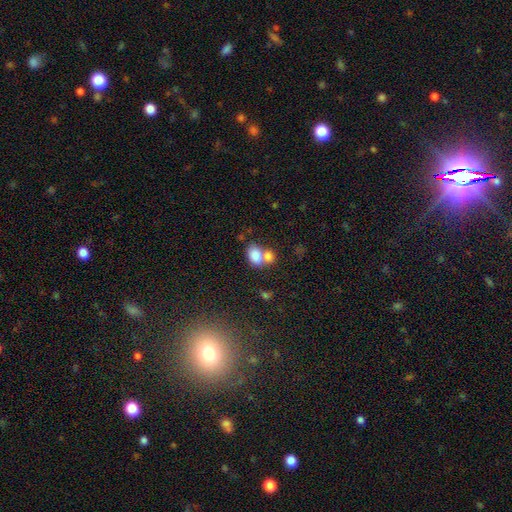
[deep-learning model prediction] A smooth galaxy with no disk features (81%) that is in between round and cigar-shaped (81%).

Vote fractions:
- Smooth or featured? smooth: 81% / featured or disk: 10% / star or artifact: 9%
- How rounded? in between: 81% / round: 18% / cigar-shaped: 1%
- Merging? merger: 56% / none: 30% / minor disturbance: 9% / major disturbance: 5%